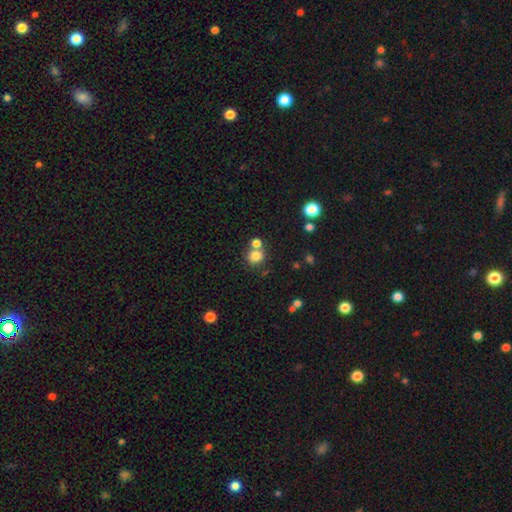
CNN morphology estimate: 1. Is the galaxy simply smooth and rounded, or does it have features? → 80% smooth, 12% star or artifact, 8% featured or disk.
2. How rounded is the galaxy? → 81% round, 18% in between, 1% cigar-shaped.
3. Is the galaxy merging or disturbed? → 58% none, 30% merger, 9% minor disturbance, 4% major disturbance.